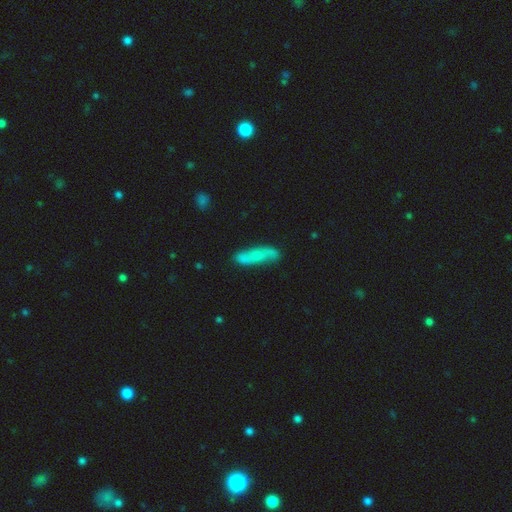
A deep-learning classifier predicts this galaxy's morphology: type=featured or disk (54%); edge-on=no (72%); merging=none (76%).